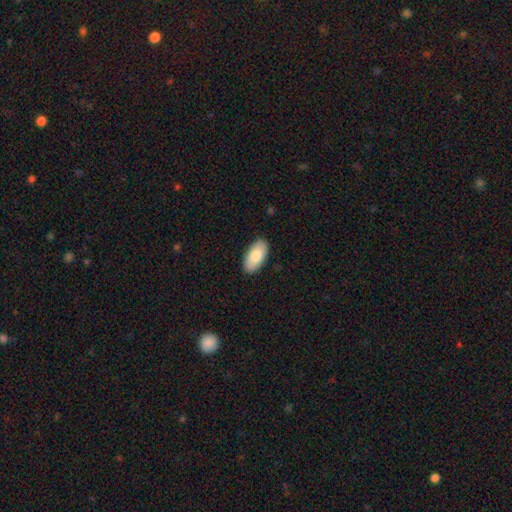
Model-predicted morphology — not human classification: smooth 82%, featured or disk 13%, star or artifact 6%. Down the decision tree: how rounded — in between (95%); merging — none (89%).